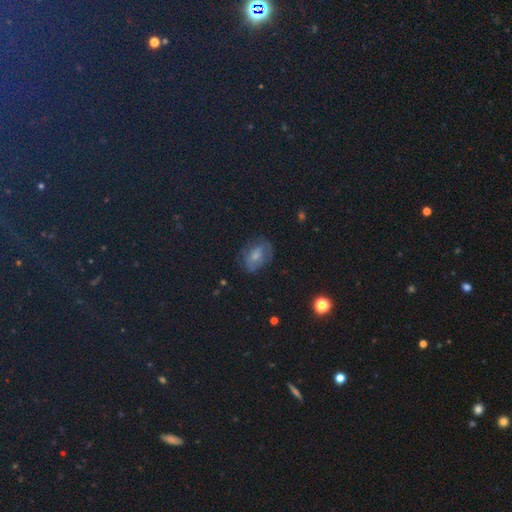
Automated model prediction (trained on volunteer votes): Smooth or featured?
  - smooth: 43% *
  - featured or disk: 28%
  - star or artifact: 28%
Merging?
  - none: 65% *
  - minor disturbance: 22%
  - major disturbance: 11%
  - merger: 2%